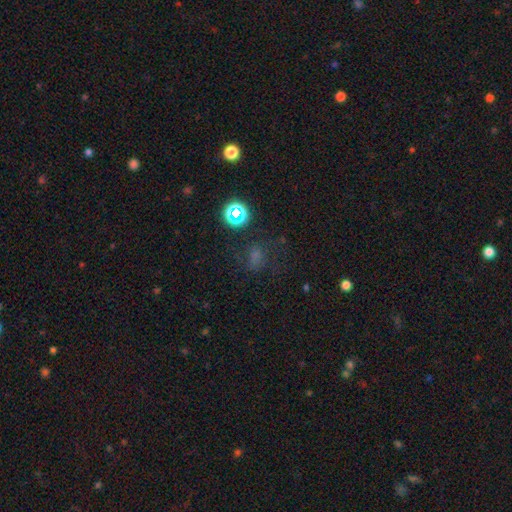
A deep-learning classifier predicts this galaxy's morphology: smooth_or_featured: smooth (p=0.51) [alt: star or artifact p=0.36]
how_rounded: round (p=0.50) [alt: in between p=0.47]
merging: none (p=0.61) [alt: minor disturbance p=0.19]